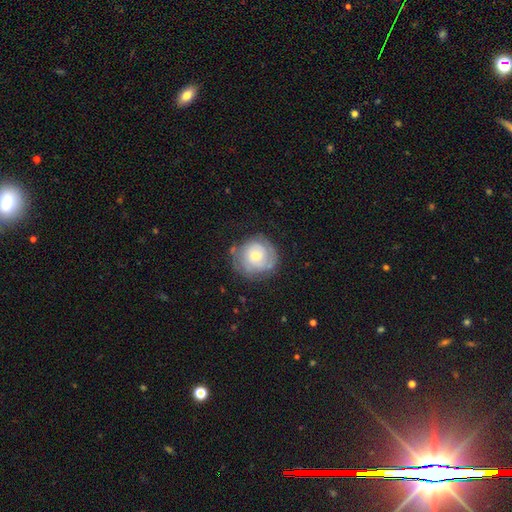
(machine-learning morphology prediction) Overall: featured or disk (57%; smooth 35%). Edge-on disk: no (97%). Bar: no (83%). Spiral arms: yes (72%). Bulge size: moderate (49%; small 45%). Merging: none (70%).